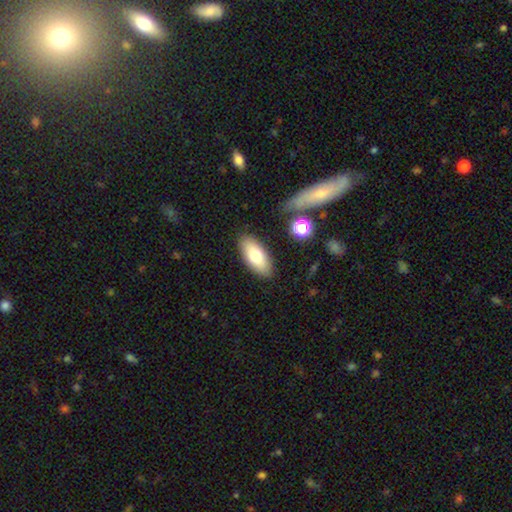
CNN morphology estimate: Smooth or featured: smooth — 74% (featured or disk — 19%)
How rounded: in between — 87% (cigar-shaped — 10%)
Merging: none — 86% (minor disturbance — 9%)